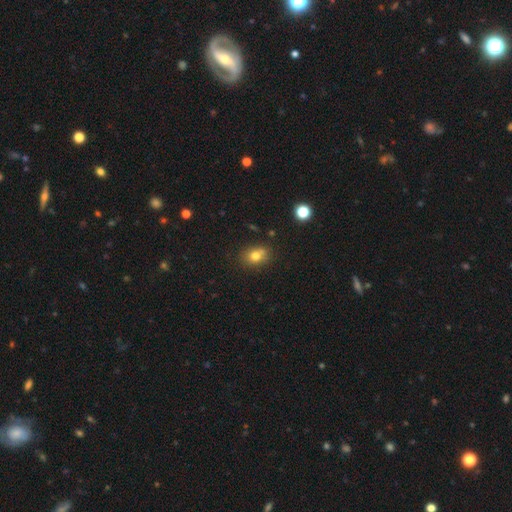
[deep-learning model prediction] A smooth galaxy with no disk features (77%) that is in between round and cigar-shaped (61%). Merging: none (71%).